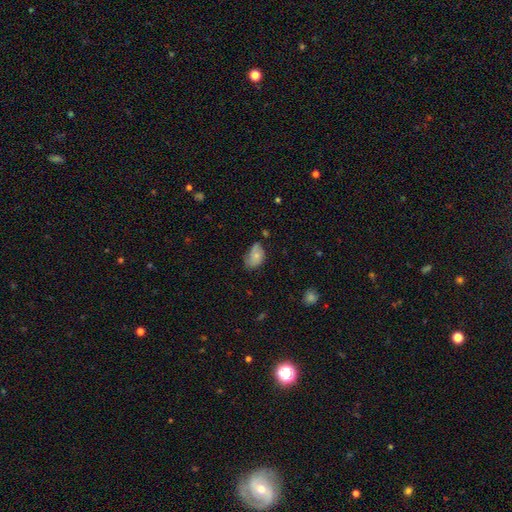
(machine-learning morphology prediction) Smooth or featured? Predicted: smooth (p=0.59). How rounded? Predicted: in between (p=0.84). Merging? Predicted: none (p=0.40).